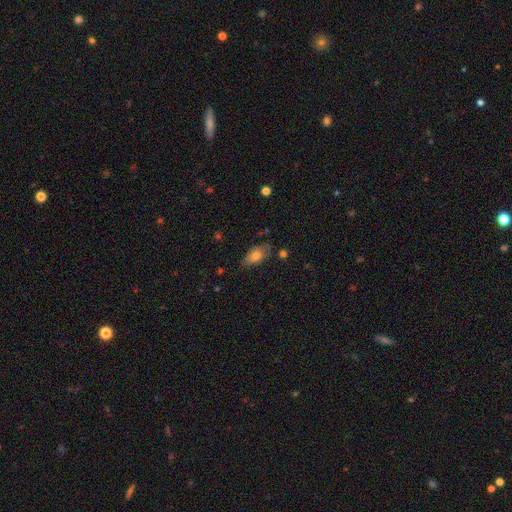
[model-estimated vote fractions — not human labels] Q: Smooth or featured?
A: smooth (69%); runner-up: featured or disk (23%)
Q: How rounded?
A: in between (87%); runner-up: cigar-shaped (7%)
Q: Merging?
A: none (67%); runner-up: minor disturbance (25%)